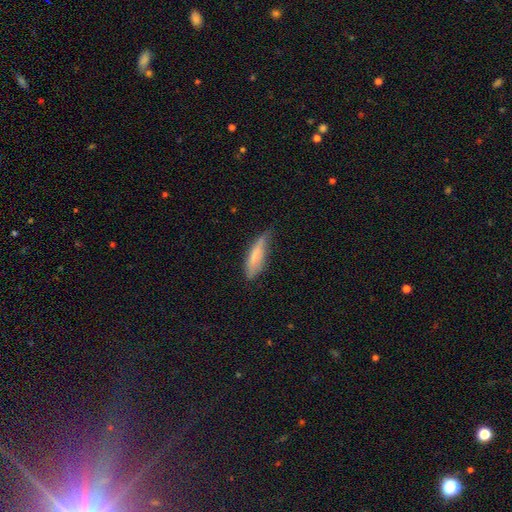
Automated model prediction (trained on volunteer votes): Smooth or featured? smooth (72%)
How rounded? cigar-shaped (63%)
Merging? none (51%)